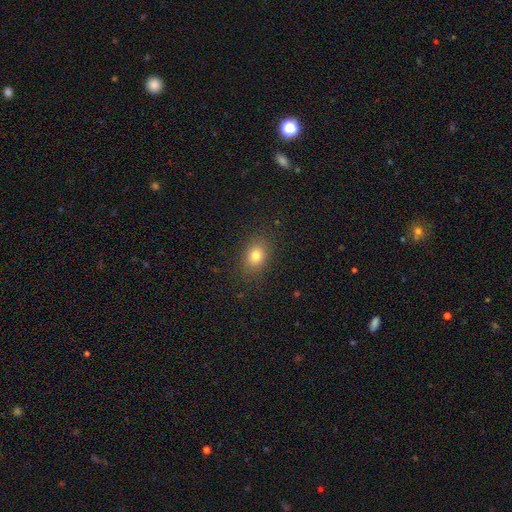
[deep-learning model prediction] Q: Smooth or featured?
A: smooth (80%); runner-up: star or artifact (12%)
Q: How rounded?
A: in between (66%); runner-up: round (33%)
Q: Merging?
A: none (86%); runner-up: minor disturbance (9%)